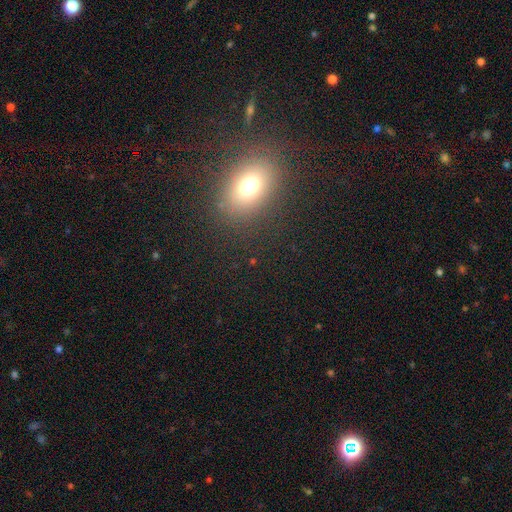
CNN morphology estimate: smooth 69%, star or artifact 20%, featured or disk 11%. Down the decision tree: how rounded — in between (69%); merging — none (89%).